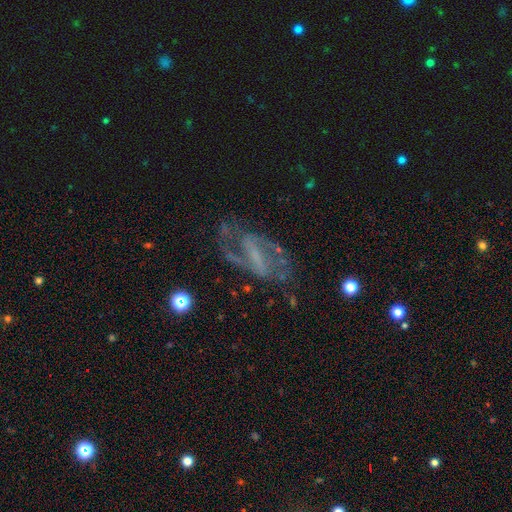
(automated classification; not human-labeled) A featured or disk galaxy (82%) with a strong bar (47%), 2 (81%) medium (51%) spiral arms (88%) and no central bulge (52%).

Vote fractions:
- Smooth or featured? featured or disk: 82% / smooth: 10% / star or artifact: 9%
- Edge-on disk? no: 94% / yes: 6%
- Bar? strong: 47% / weak: 37% / no: 16%
- Spiral arms? yes: 88% / no: 12%
- Spiral winding? medium: 51% / loose: 26% / tight: 23%
- Spiral arm count? 2: 81% / can't tell: 10% / 1: 3% / 3: 2% / 4: 1% / more than 4: 1%
- Bulge size? none: 52% / small: 31% / moderate: 13% / large: 3% / dominant: 1%
- Merging? none: 67% / minor disturbance: 18% / major disturbance: 13% / merger: 2%